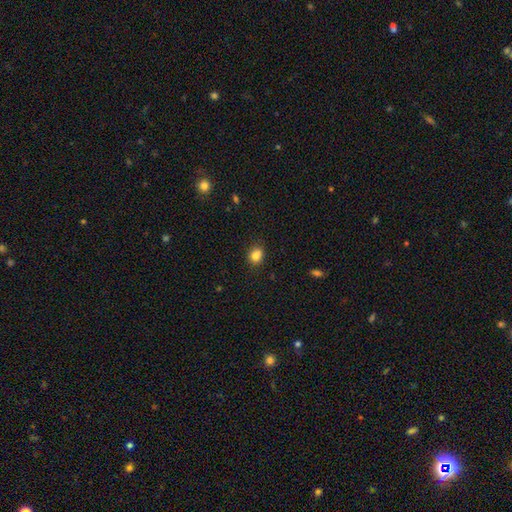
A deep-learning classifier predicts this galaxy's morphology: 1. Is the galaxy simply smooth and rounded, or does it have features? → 80% smooth, 12% star or artifact, 9% featured or disk.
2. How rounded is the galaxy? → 58% round, 41% in between, 1% cigar-shaped.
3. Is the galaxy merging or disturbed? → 62% none, 18% minor disturbance, 16% merger, 4% major disturbance.